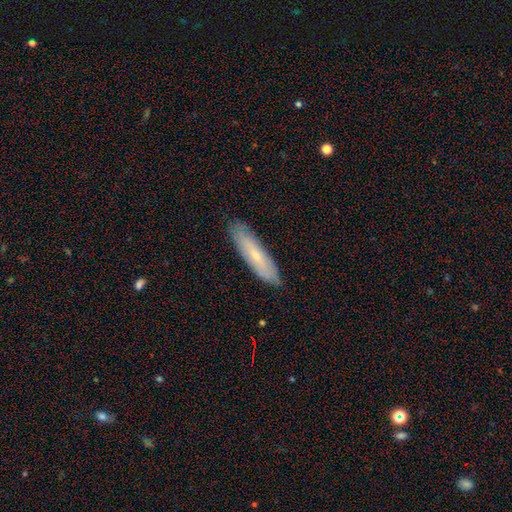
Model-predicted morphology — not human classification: The model was most divided on "smooth or featured": smooth: 54%, featured or disk: 39%, star or artifact: 7%. More confident: merging — none (86%); how rounded — cigar-shaped (74%).